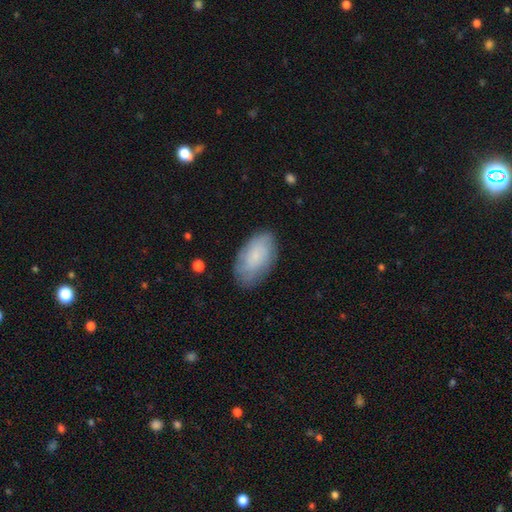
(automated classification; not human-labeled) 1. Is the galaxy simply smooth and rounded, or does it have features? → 64% smooth, 29% featured or disk, 7% star or artifact.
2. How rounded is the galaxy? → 94% in between, 4% round, 2% cigar-shaped.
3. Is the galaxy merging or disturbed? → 77% none, 17% minor disturbance, 4% major disturbance, 1% merger.